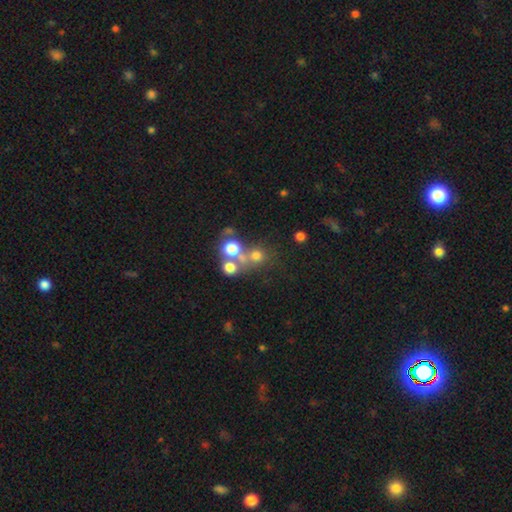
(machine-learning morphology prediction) Smooth or featured: smooth — 51% (star or artifact — 30%)
How rounded: round — 81% (in between — 18%)
Merging: none — 47% (merger — 40%)